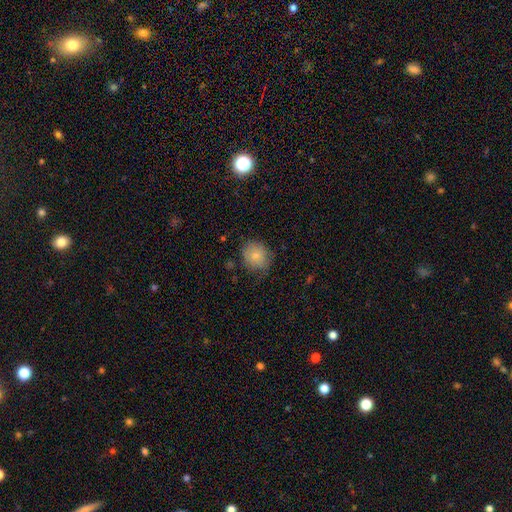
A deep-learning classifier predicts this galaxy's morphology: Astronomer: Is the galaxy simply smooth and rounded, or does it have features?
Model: smooth — 80%.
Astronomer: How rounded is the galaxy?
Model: round — 76%.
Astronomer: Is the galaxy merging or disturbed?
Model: none — 73%.